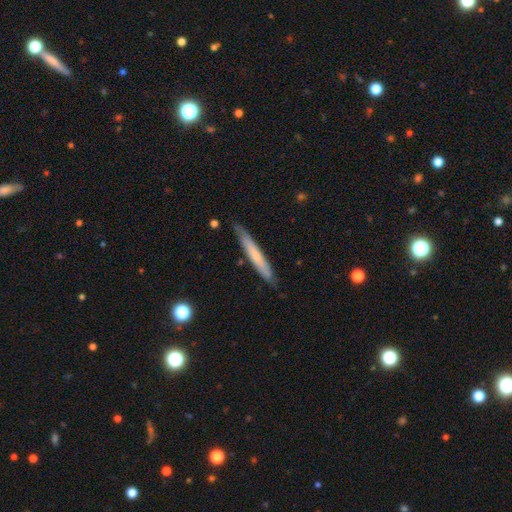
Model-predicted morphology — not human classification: Smooth or featured: smooth — 56% (featured or disk — 39%)
How rounded: cigar-shaped — 95% (in between — 4%)
Merging: none — 82% (minor disturbance — 14%)